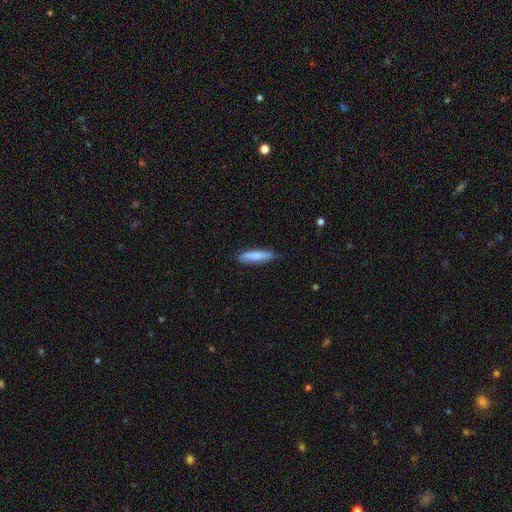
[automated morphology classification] Smooth or featured?
  - smooth: 81% *
  - featured or disk: 13%
  - star or artifact: 6%
How rounded?
  - cigar-shaped: 71% *
  - in between: 28%
  - round: 1%
Merging?
  - none: 74% *
  - minor disturbance: 22%
  - major disturbance: 3%
  - merger: 1%